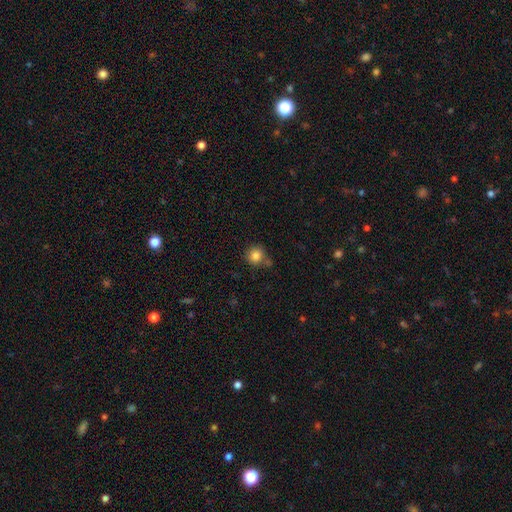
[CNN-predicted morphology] The model was most divided on "merging": none: 72%, minor disturbance: 13%, merger: 12%, major disturbance: 4%. More confident: how rounded — round (92%); smooth or featured — smooth (83%).